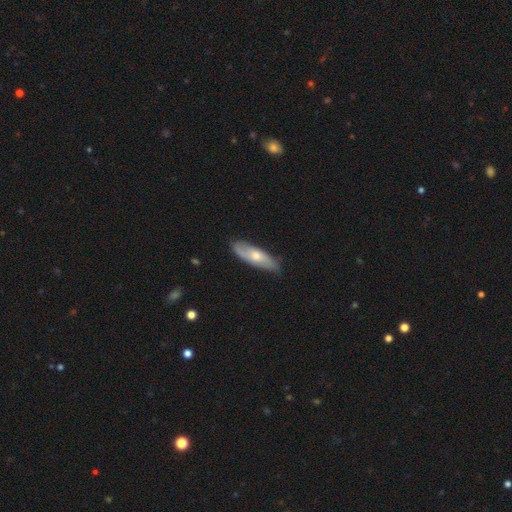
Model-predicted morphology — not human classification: Smooth or featured: featured or disk — 48% (smooth — 46%)
Merging: none — 81% (minor disturbance — 15%)